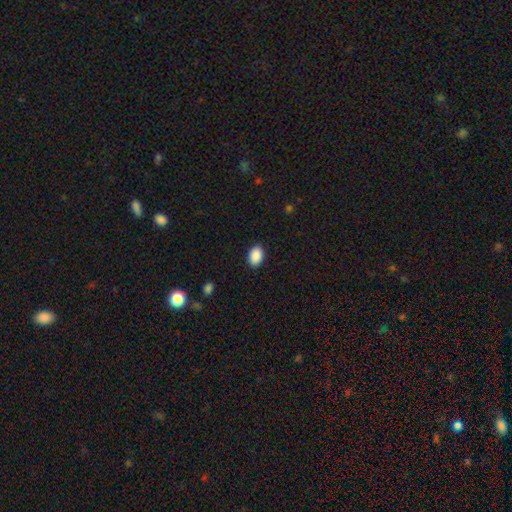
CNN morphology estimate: smooth-or-featured: smooth: 90% | star or artifact: 7% | featured or disk: 3%
  how-rounded: in between: 85% | round: 14% | cigar-shaped: 1%
  merging: none: 90% | minor disturbance: 7% | major disturbance: 2% | merger: 1%